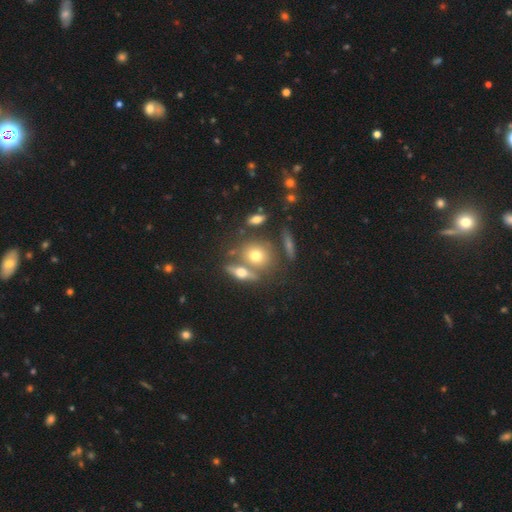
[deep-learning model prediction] Smooth or featured? smooth (67%)
How rounded? round (67%)
Merging? none (59%)